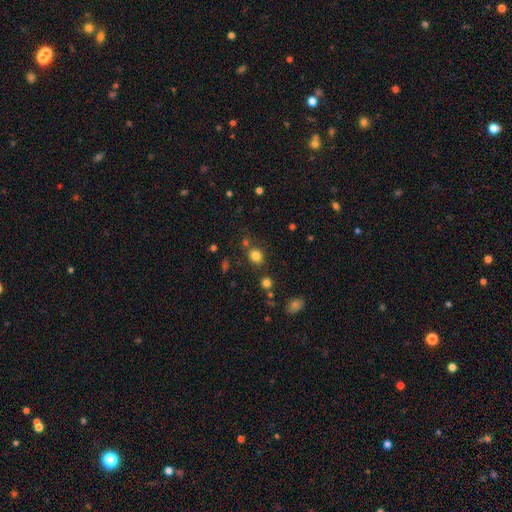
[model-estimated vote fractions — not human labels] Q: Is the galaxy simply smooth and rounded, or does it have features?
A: smooth — 80%.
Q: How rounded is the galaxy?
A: round — 67%.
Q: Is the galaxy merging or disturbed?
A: none — 75%.